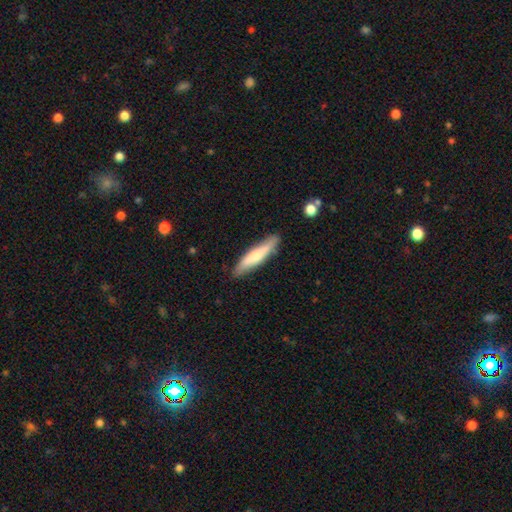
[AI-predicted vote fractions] The model was most divided on "smooth or featured": smooth: 64%, featured or disk: 31%, star or artifact: 5%. More confident: how rounded — cigar-shaped (85%); merging — none (85%).